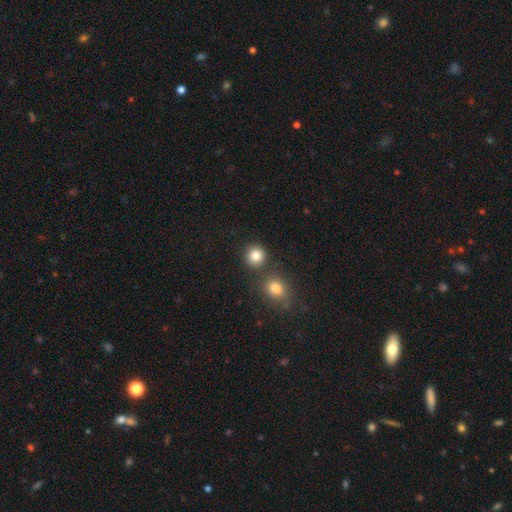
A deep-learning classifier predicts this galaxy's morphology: This appears to be a smooth galaxy with no disk features (83%) that is round (89%). Merging: none (78%).